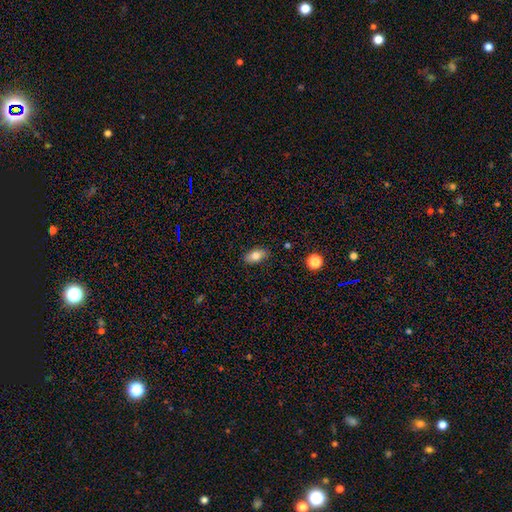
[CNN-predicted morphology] The model was most divided on "smooth or featured": smooth: 79%, featured or disk: 13%, star or artifact: 8%. More confident: how rounded — in between (89%); merging — none (87%).